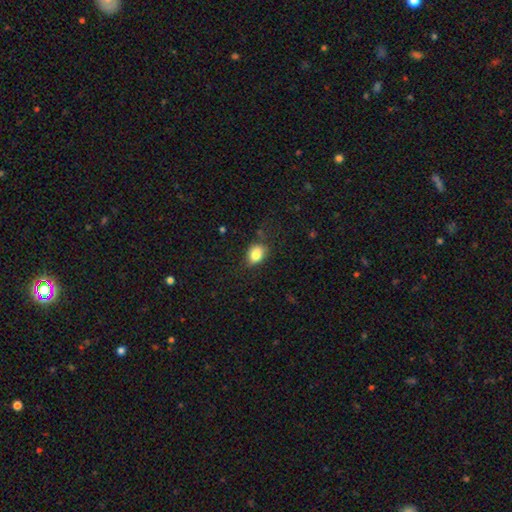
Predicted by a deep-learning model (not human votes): Q: Smooth or featured?
A: smooth (85%); runner-up: star or artifact (9%)
Q: How rounded?
A: in between (71%); runner-up: round (27%)
Q: Merging?
A: none (73%); runner-up: minor disturbance (20%)